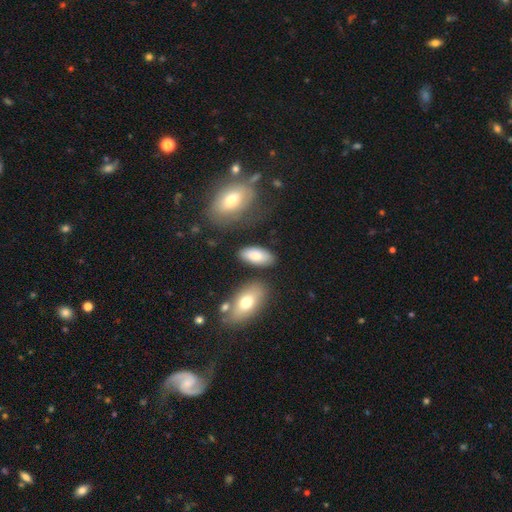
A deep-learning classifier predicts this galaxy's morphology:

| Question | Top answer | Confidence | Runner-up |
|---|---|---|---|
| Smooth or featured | smooth | 81% | featured or disk (13%) |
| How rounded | in between | 91% | cigar-shaped (7%) |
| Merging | none | 78% | minor disturbance (13%) |